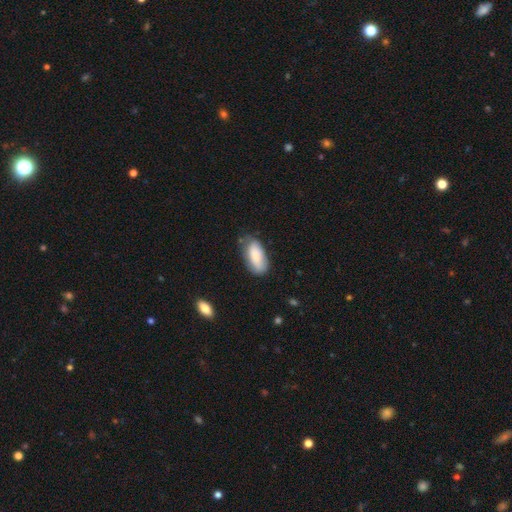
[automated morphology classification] Smooth or featured: smooth — 84% (featured or disk — 10%)
How rounded: in between — 91% (cigar-shaped — 7%)
Merging: none — 63% (minor disturbance — 28%)